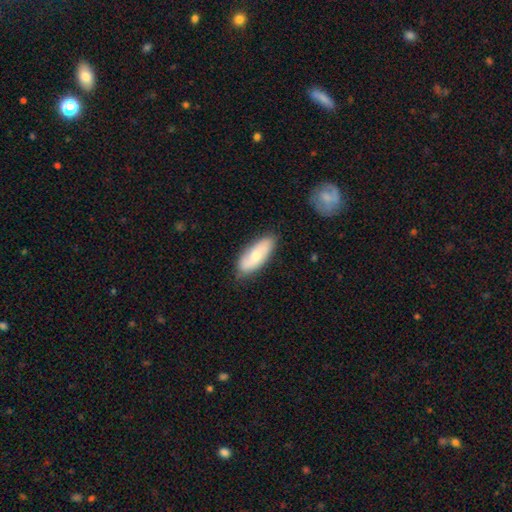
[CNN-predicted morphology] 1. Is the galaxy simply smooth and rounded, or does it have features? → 57% smooth, 37% featured or disk, 6% star or artifact.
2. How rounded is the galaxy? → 75% in between, 22% cigar-shaped, 2% round.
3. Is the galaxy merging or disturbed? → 80% none, 16% minor disturbance, 3% major disturbance, 2% merger.